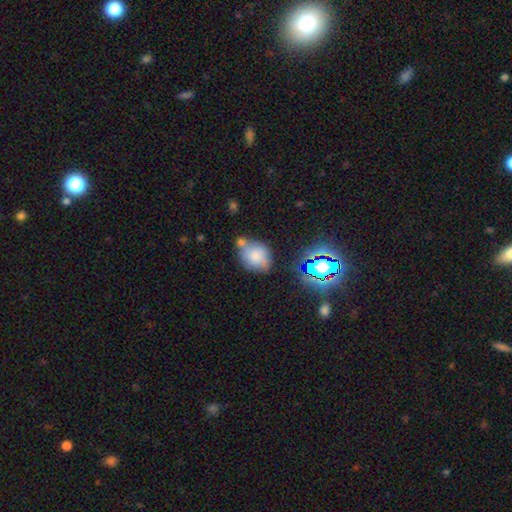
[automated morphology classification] smooth_or_featured: smooth (p=0.72) [alt: star or artifact p=0.14]
how_rounded: in between (p=0.54) [alt: round p=0.45]
merging: none (p=0.47) [alt: merger p=0.23]